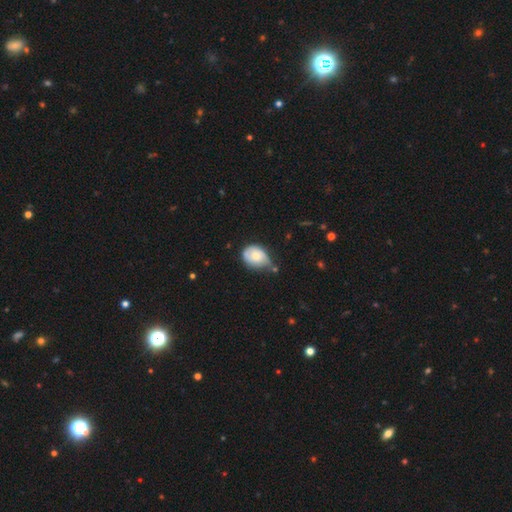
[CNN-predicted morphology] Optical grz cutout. It shows a smooth galaxy with no disk features (69%) that is in between round and cigar-shaped (55%). Merging: minor disturbance (44%).